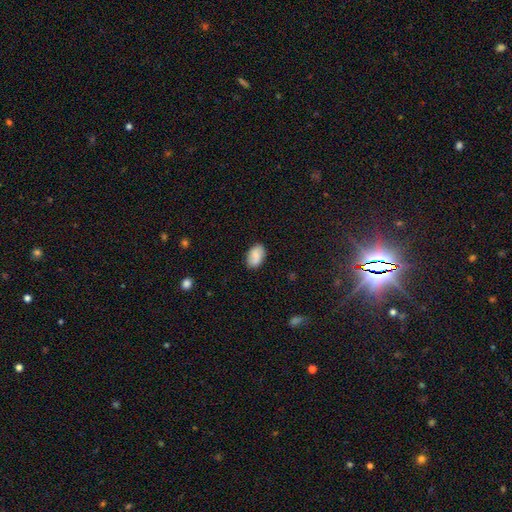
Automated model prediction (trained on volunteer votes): The model was most divided on "merging": none: 83%, minor disturbance: 13%, major disturbance: 3%, merger: 1%. More confident: how rounded — in between (91%); smooth or featured — smooth (82%).